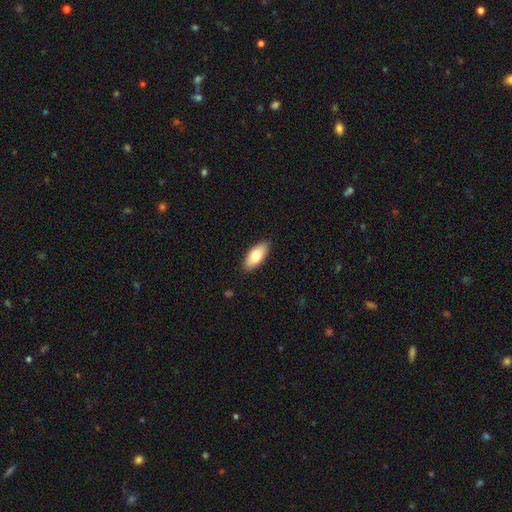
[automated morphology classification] Smooth or featured?
  - smooth: 76% *
  - featured or disk: 18%
  - star or artifact: 6%
How rounded?
  - in between: 84% *
  - cigar-shaped: 13%
  - round: 2%
Merging?
  - none: 89% *
  - minor disturbance: 9%
  - major disturbance: 2%
  - merger: 1%